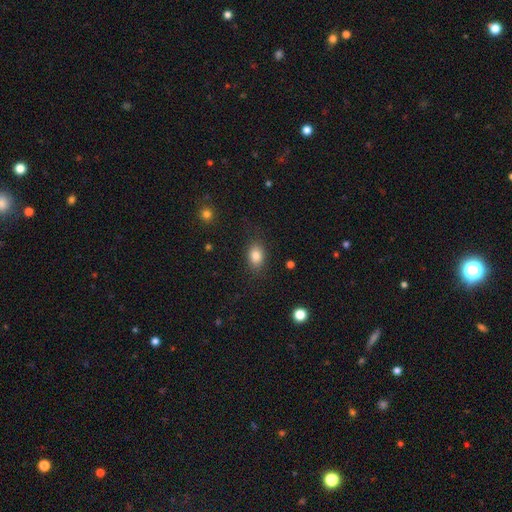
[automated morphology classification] Smooth or featured?
  - smooth: 84% *
  - star or artifact: 9%
  - featured or disk: 7%
How rounded?
  - in between: 80% *
  - round: 19%
  - cigar-shaped: 2%
Merging?
  - none: 83% *
  - minor disturbance: 12%
  - major disturbance: 4%
  - merger: 1%